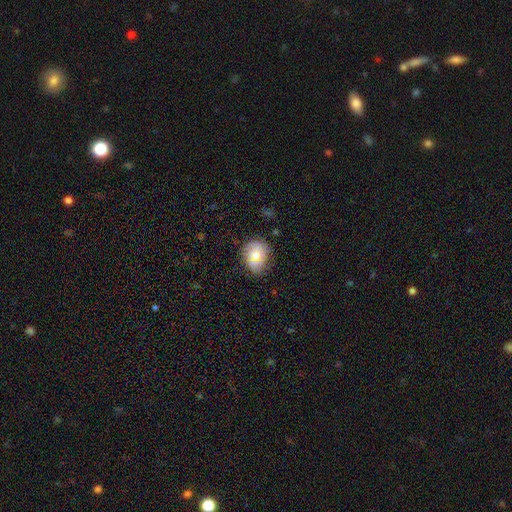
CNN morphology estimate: smooth-or-featured: smooth: 63% | featured or disk: 28% | star or artifact: 9%
  how-rounded: round: 61% | in between: 38% | cigar-shaped: 1%
  merging: none: 70% | minor disturbance: 23% | major disturbance: 6% | merger: 2%